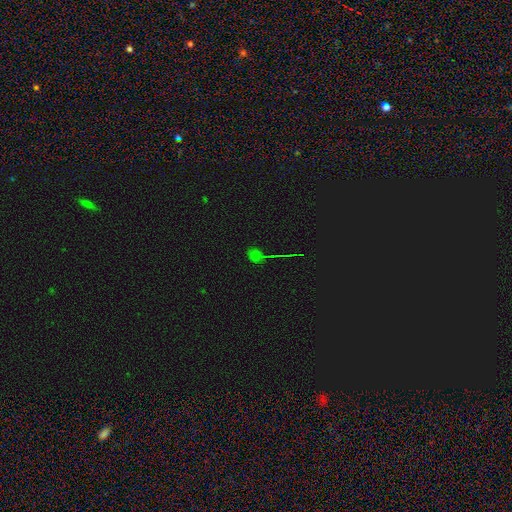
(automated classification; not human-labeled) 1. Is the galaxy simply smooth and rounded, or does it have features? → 44% star or artifact, 43% smooth, 13% featured or disk.